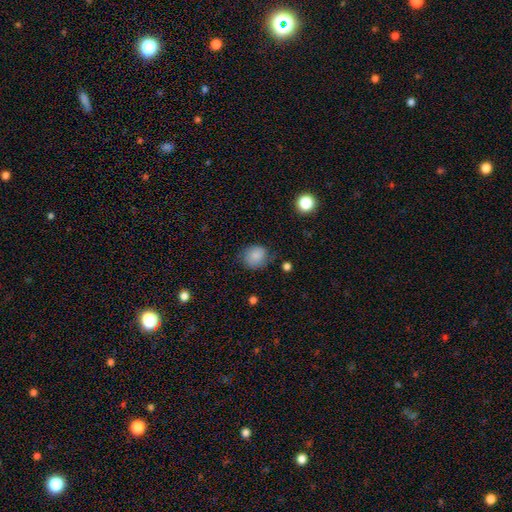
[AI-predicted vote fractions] A smooth galaxy with no disk features (83%) that is round (75%).

Vote fractions:
- Smooth or featured? smooth: 83% / featured or disk: 9% / star or artifact: 9%
- How rounded? round: 75% / in between: 24% / cigar-shaped: 1%
- Merging? none: 69% / minor disturbance: 23% / major disturbance: 6% / merger: 2%